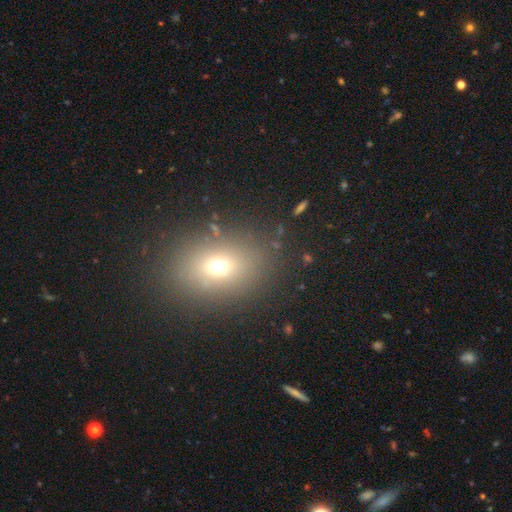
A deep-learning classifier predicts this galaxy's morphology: Smooth or featured? Predicted: smooth (p=0.65). How rounded? Predicted: in between (p=0.64). Merging? Predicted: none (p=0.85).